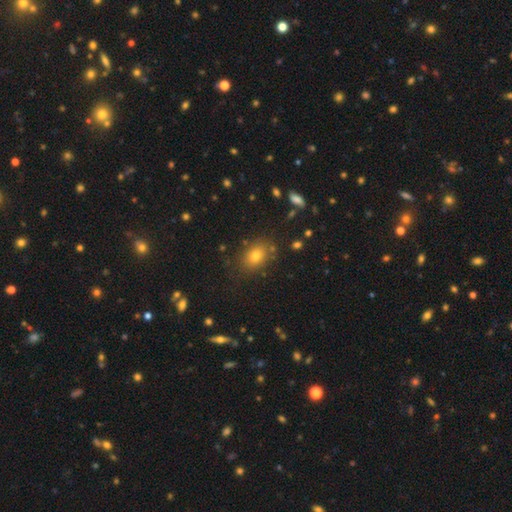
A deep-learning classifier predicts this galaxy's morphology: A smooth galaxy with no disk features (75%) that is in between round and cigar-shaped (68%).

Vote fractions:
- Smooth or featured? smooth: 75% / star or artifact: 15% / featured or disk: 9%
- How rounded? in between: 68% / round: 30% / cigar-shaped: 2%
- Merging? none: 82% / minor disturbance: 11% / major disturbance: 4% / merger: 3%